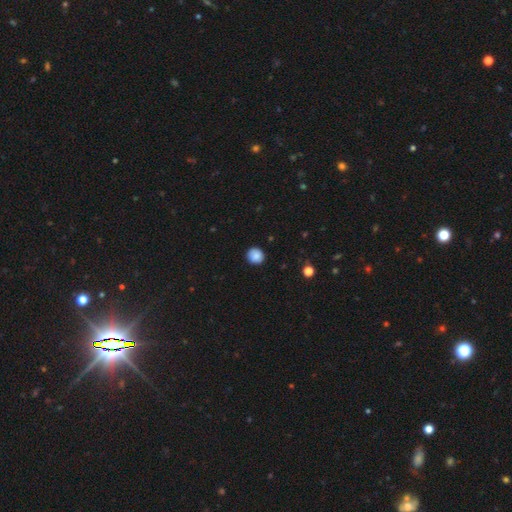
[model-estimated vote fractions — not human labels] The model was most divided on "smooth or featured": smooth: 86%, star or artifact: 9%, featured or disk: 5%. More confident: how rounded — round (91%); merging — none (88%).